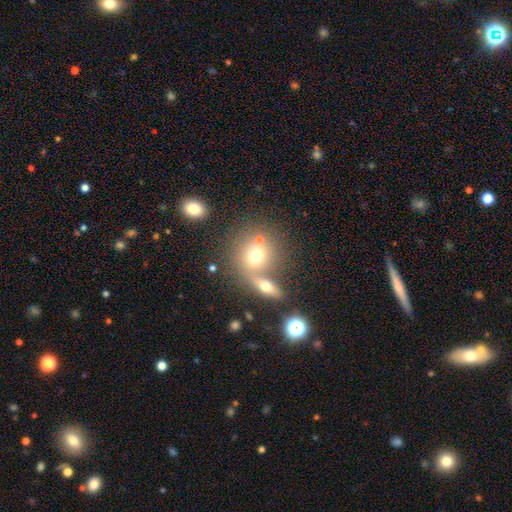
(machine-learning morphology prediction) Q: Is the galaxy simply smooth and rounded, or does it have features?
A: smooth — 67%.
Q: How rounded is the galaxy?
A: round — 81%.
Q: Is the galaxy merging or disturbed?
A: none — 50%.